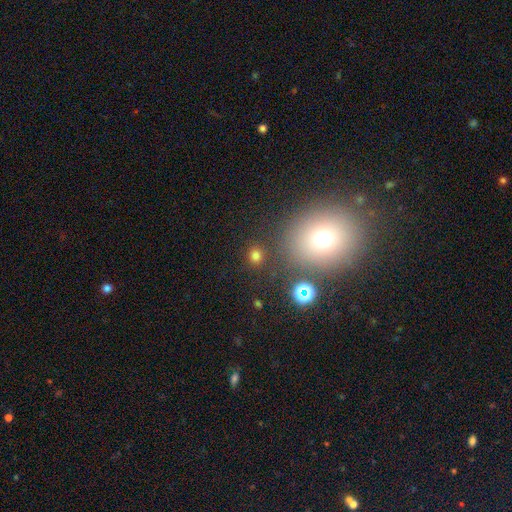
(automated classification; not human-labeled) smooth 73%, star or artifact 21%, featured or disk 6%. Down the decision tree: how rounded — round (84%); merging — none (86%).